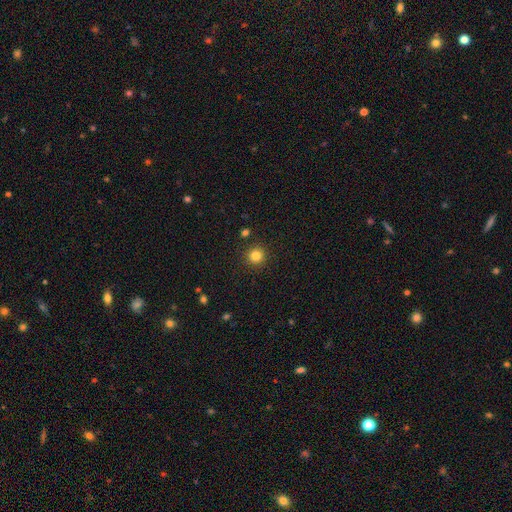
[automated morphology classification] Smooth or featured? Predicted: smooth (p=0.83). How rounded? Predicted: round (p=0.95). Merging? Predicted: none (p=0.91).